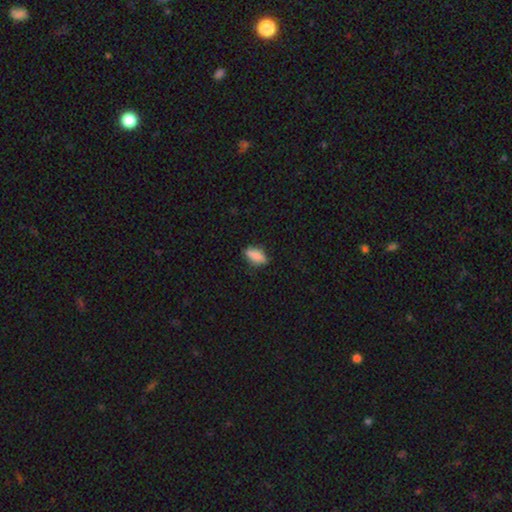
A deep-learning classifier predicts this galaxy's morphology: Smooth or featured? smooth (84%)
How rounded? in between (79%)
Merging? none (77%)